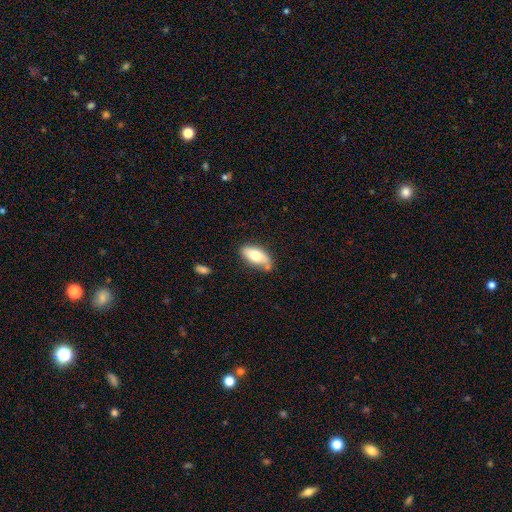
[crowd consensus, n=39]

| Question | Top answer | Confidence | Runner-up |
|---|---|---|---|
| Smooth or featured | smooth | 74% | featured or disk (26%) |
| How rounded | in between | 79% | round (14%) |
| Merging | none | 82% | merger (10%) |